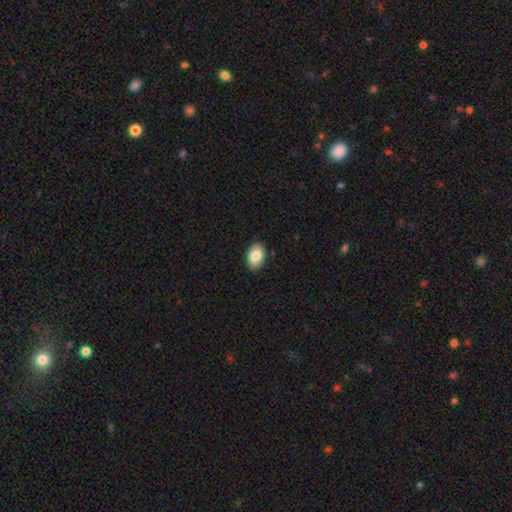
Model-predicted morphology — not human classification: A smooth galaxy with no disk features (84%) that is in between round and cigar-shaped (88%).

Vote fractions:
- Smooth or featured? smooth: 84% / featured or disk: 8% / star or artifact: 7%
- How rounded? in between: 88% / round: 11% / cigar-shaped: 1%
- Merging? none: 89% / minor disturbance: 9% / major disturbance: 2% / merger: 1%